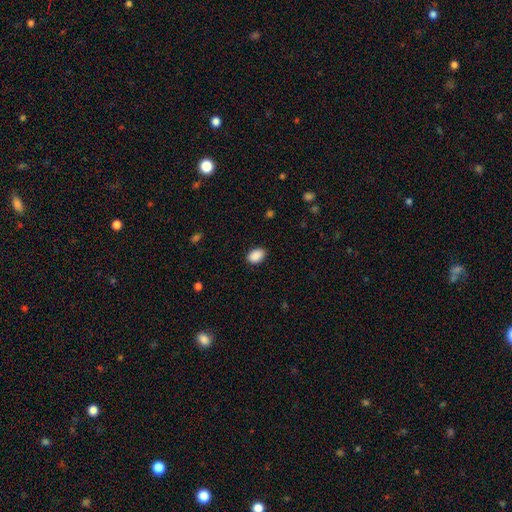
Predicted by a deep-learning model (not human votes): Smooth or featured? Predicted: smooth (p=0.90). How rounded? Predicted: in between (p=0.86). Merging? Predicted: none (p=0.88).